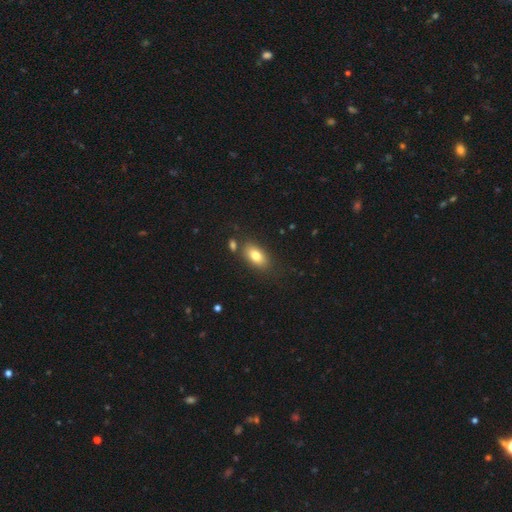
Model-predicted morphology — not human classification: smooth_or_featured: smooth (p=0.79) [alt: featured or disk p=0.13]
how_rounded: in between (p=0.89) [alt: round p=0.07]
merging: none (p=0.77) [alt: minor disturbance p=0.12]